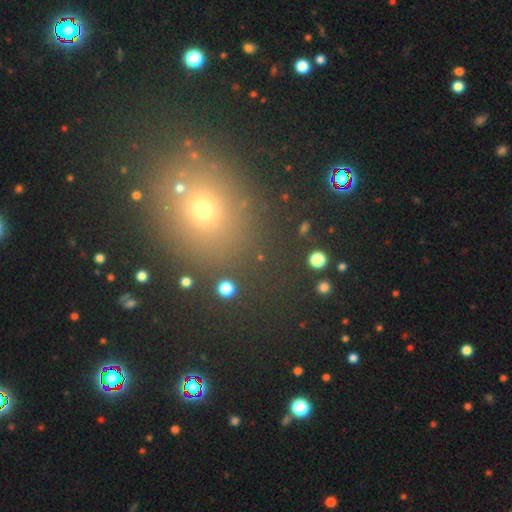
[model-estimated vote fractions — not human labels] A smooth galaxy with no disk features (55%) that is round (60%). Merging: none (82%).